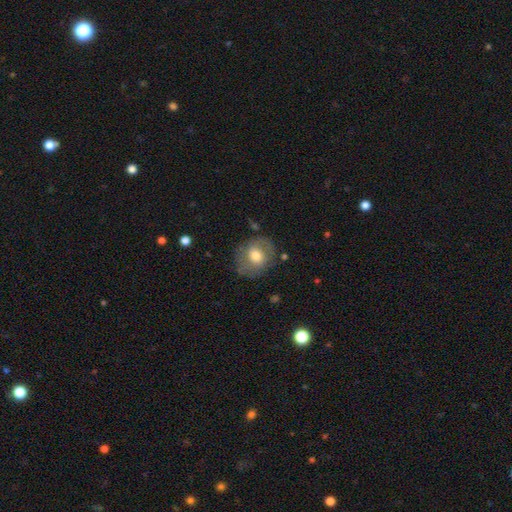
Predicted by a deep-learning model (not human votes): A smooth galaxy with no disk features (60%) that is round (64%).

Vote fractions:
- Smooth or featured? smooth: 60% / featured or disk: 32% / star or artifact: 8%
- How rounded? round: 64% / in between: 35% / cigar-shaped: 1%
- Merging? none: 73% / minor disturbance: 18% / major disturbance: 7% / merger: 2%